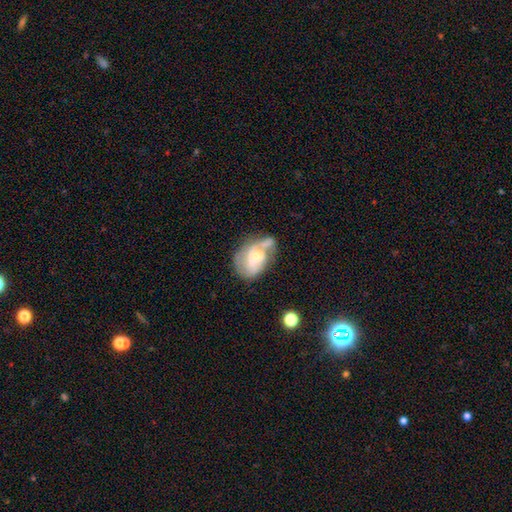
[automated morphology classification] Smooth or featured? featured or disk (63%)
Edge-on disk? no (97%)
Bar? no (61%)
Spiral arms? yes (74%)
Bulge size? small (52%)
Merging? none (32%)